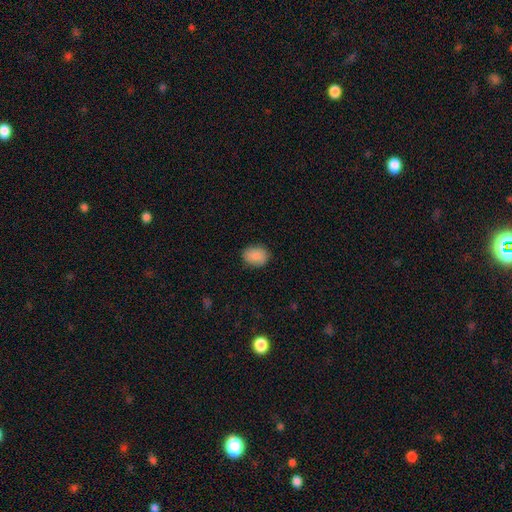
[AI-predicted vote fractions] smooth_or_featured: smooth (p=0.88) [alt: star or artifact p=0.07]
how_rounded: in between (p=0.57) [alt: round p=0.42]
merging: none (p=0.85) [alt: minor disturbance p=0.12]